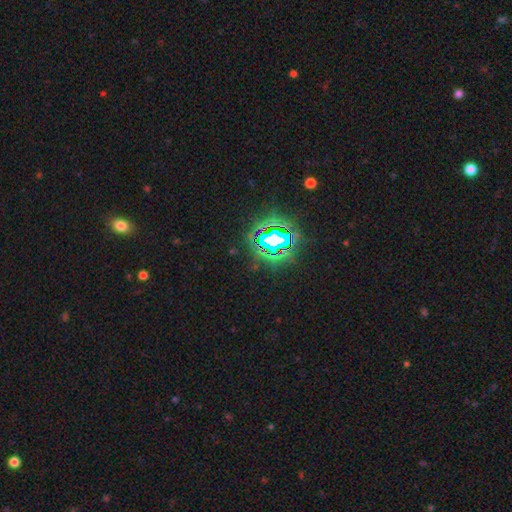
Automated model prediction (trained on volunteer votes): Overall: star or artifact (84%).